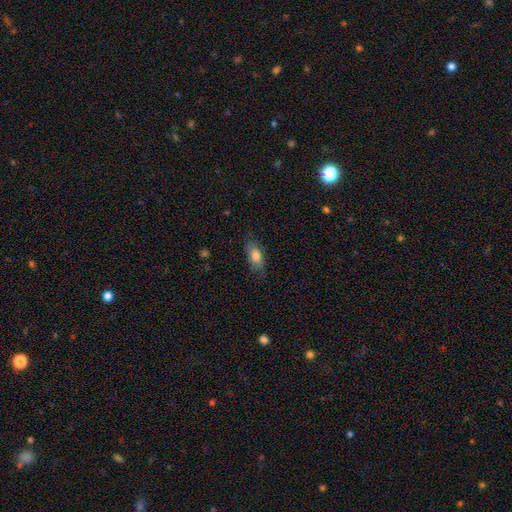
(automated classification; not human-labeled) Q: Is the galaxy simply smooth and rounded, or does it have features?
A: smooth — 78%.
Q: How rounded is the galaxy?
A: in between — 84%.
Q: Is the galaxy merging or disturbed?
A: none — 75%.